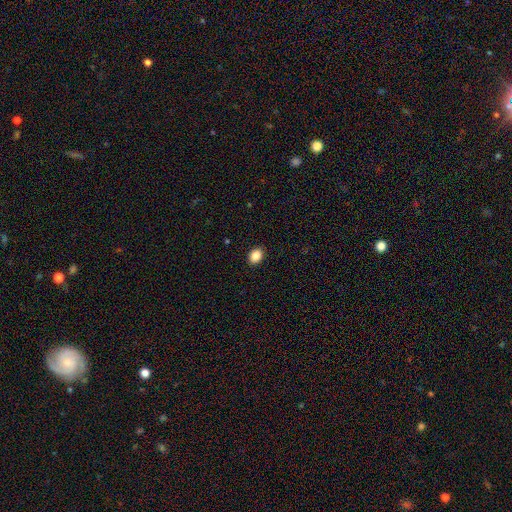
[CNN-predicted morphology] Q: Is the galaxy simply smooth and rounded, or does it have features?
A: smooth — 88%.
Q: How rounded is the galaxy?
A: in between — 71%.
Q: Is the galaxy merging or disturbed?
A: none — 90%.